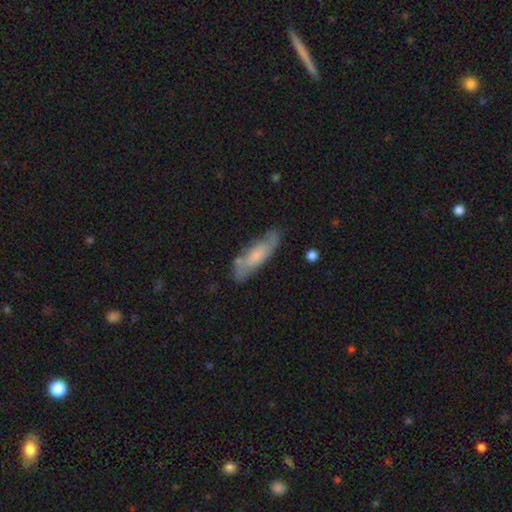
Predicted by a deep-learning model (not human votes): Overall: featured or disk (50%; smooth 43%). Edge-on disk: no (76%). Merging: none (70%).